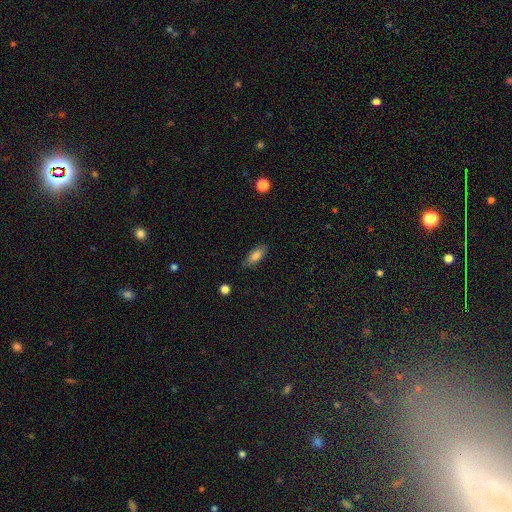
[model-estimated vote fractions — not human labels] Smooth or featured: smooth — 78% (featured or disk — 15%)
How rounded: in between — 78% (cigar-shaped — 20%)
Merging: none — 82% (minor disturbance — 14%)